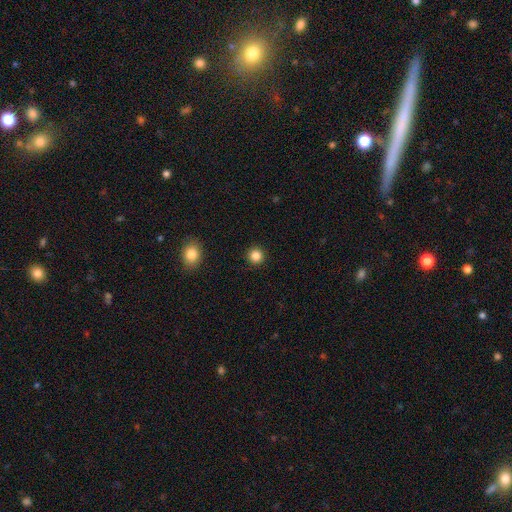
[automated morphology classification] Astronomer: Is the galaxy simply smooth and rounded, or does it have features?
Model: smooth — 85%.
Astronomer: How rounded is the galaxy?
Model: round — 95%.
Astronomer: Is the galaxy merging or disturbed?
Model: none — 93%.